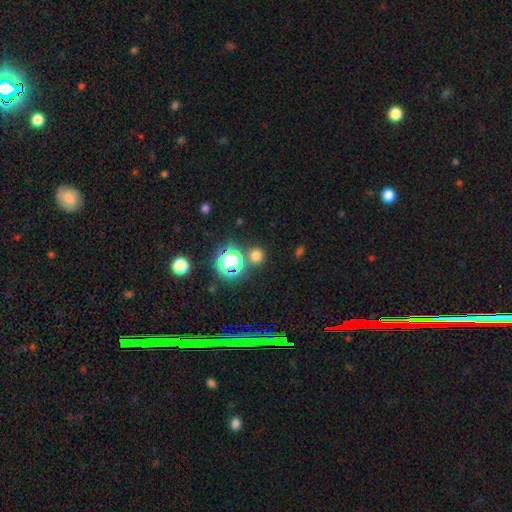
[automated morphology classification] A smooth galaxy with no disk features (66%) that is round (90%). Merging: none (81%).